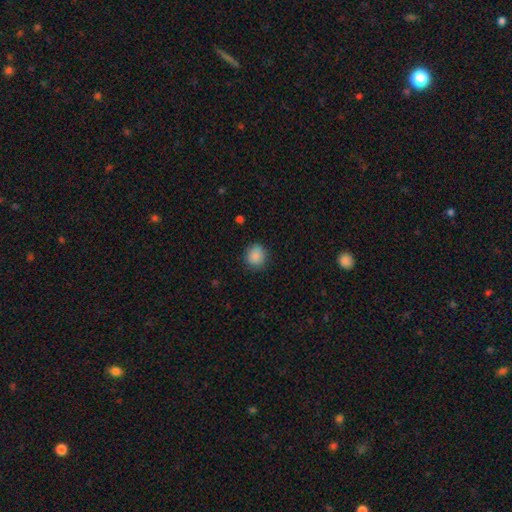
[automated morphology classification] Overall: smooth (88%). How rounded: round (84%). Merging: none (86%).